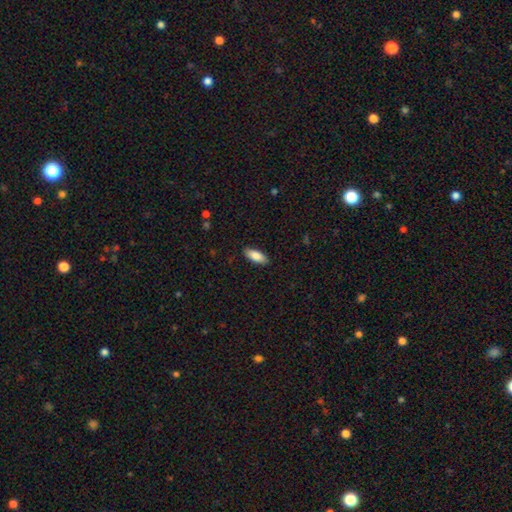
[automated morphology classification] smooth-or-featured: smooth: 84% | featured or disk: 10% | star or artifact: 6%
  how-rounded: in between: 77% | cigar-shaped: 21% | round: 2%
  merging: none: 89% | minor disturbance: 9% | major disturbance: 2% | merger: 1%